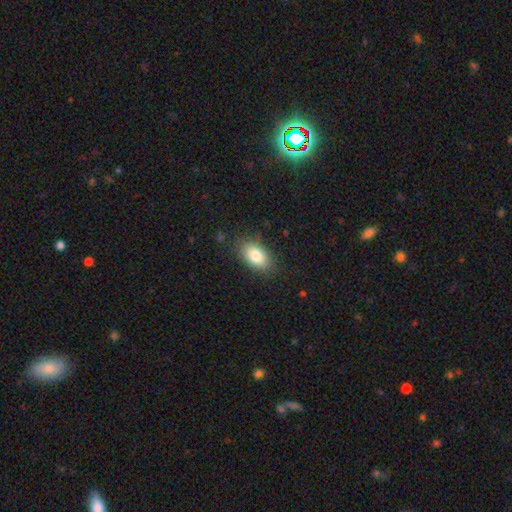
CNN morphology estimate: The model was most divided on "merging": none: 83%, minor disturbance: 12%, major disturbance: 3%, merger: 1%. More confident: how rounded — in between (90%); smooth or featured — smooth (82%).